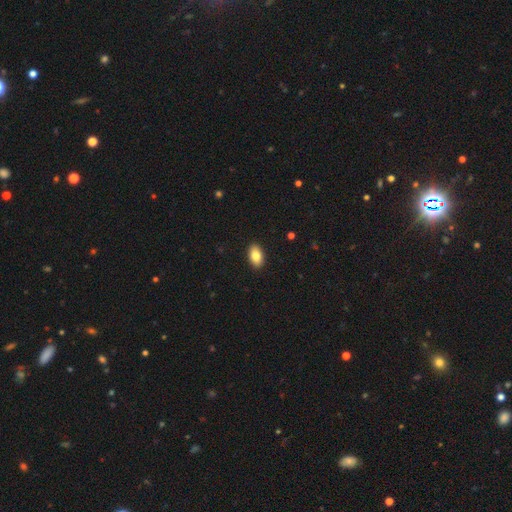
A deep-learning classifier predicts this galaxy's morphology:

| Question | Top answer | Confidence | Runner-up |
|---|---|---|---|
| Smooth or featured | smooth | 85% | featured or disk (8%) |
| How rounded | in between | 93% | round (5%) |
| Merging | none | 91% | minor disturbance (7%) |